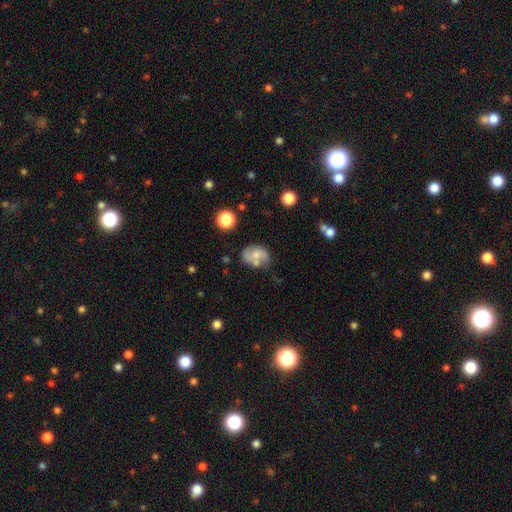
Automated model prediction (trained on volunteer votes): Smooth or featured? Predicted: smooth (p=0.53). How rounded? Predicted: in between (p=0.67). Merging? Predicted: none (p=0.46).